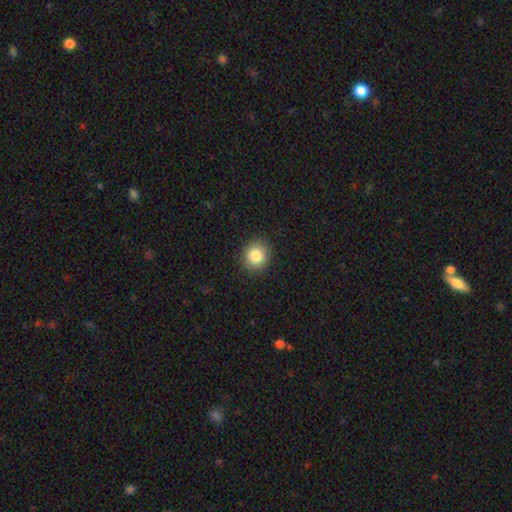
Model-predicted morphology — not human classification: Smooth or featured?
  - smooth: 85% *
  - star or artifact: 10%
  - featured or disk: 6%
How rounded?
  - round: 85% *
  - in between: 15%
  - cigar-shaped: 1%
Merging?
  - none: 91% *
  - minor disturbance: 6%
  - major disturbance: 2%
  - merger: 1%